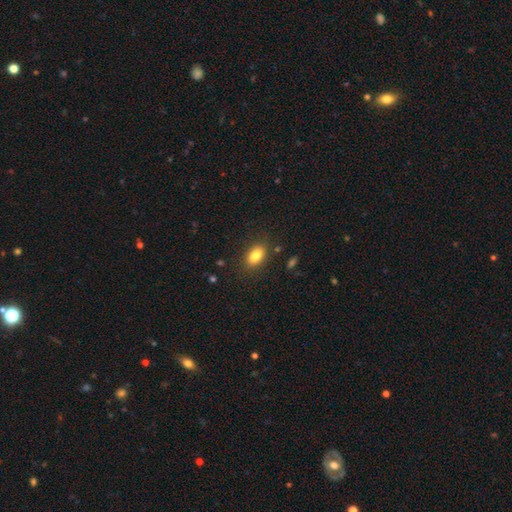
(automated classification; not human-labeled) The model was most divided on "smooth or featured": smooth: 83%, star or artifact: 9%, featured or disk: 8%. More confident: how rounded — in between (87%); merging — none (85%).